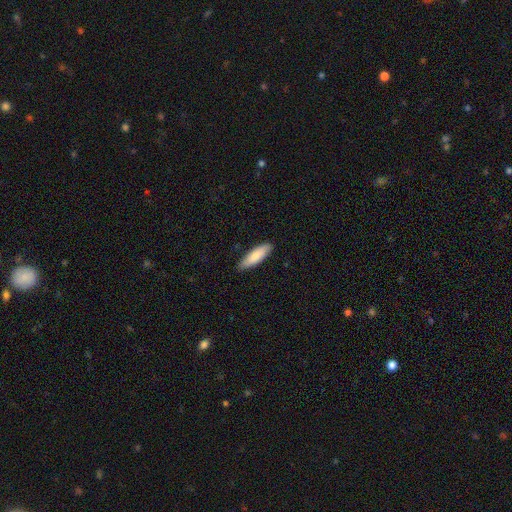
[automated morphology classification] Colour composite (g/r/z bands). It shows a smooth galaxy with no disk features (83%) that is cigar-shaped (54%). Merging: none (87%).